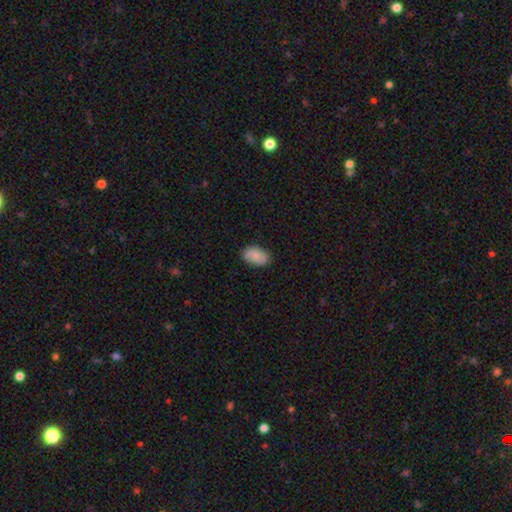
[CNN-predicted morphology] Smooth or featured: smooth — 84% (featured or disk — 9%)
How rounded: in between — 91% (round — 8%)
Merging: none — 85% (minor disturbance — 11%)